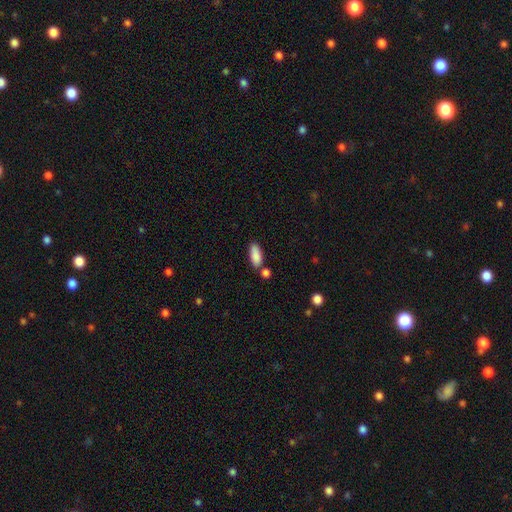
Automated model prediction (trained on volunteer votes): Smooth or featured: smooth — 88% (star or artifact — 7%)
How rounded: in between — 82% (cigar-shaped — 16%)
Merging: none — 68% (merger — 16%)